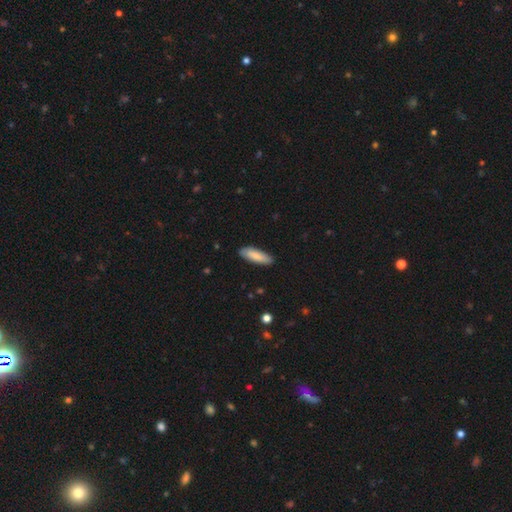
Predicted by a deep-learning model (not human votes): smooth 82%, featured or disk 13%, star or artifact 5%. Down the decision tree: how rounded — in between (54%); merging — none (83%).